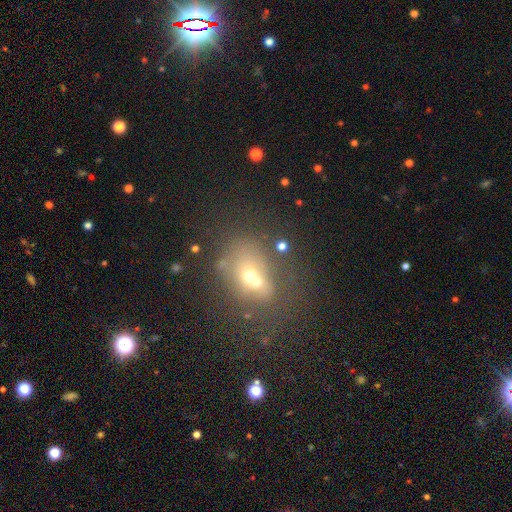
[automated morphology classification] type=smooth (50%); merging=merger (45%).